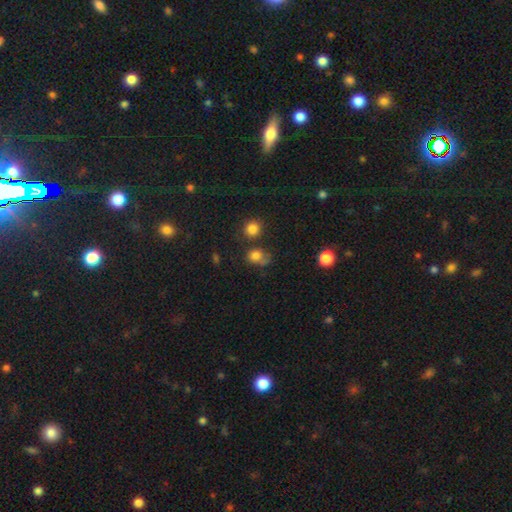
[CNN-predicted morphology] Overall: smooth (77%). How rounded: round (67%; in between 32%). Merging: none (46%; minor disturbance 23%).